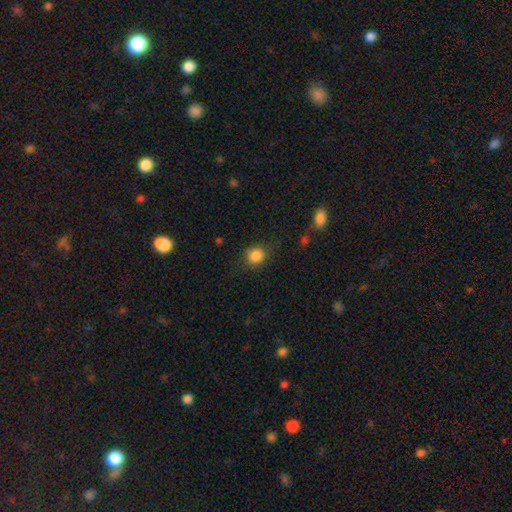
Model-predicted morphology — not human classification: type=smooth (85%); roundness=round (67%); merging=none (80%).